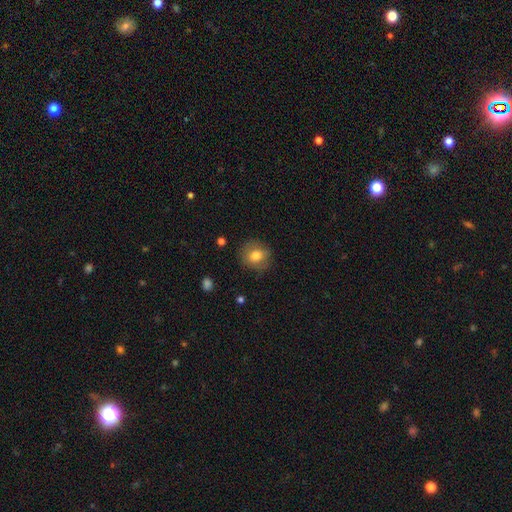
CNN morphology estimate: The model was most divided on "how rounded": round: 76%, in between: 23%, cigar-shaped: 1%. More confident: merging — none (81%); smooth or featured — smooth (77%).